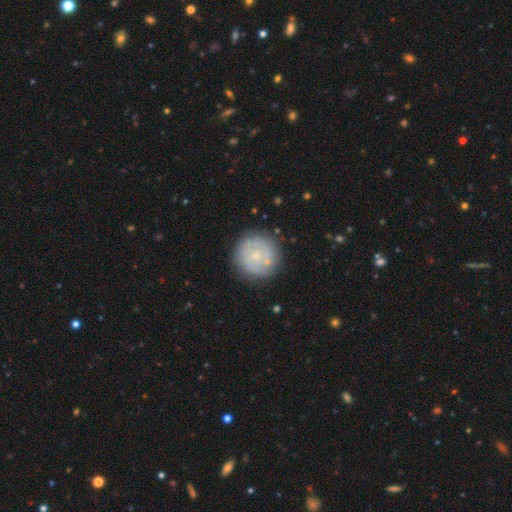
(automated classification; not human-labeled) Smooth or featured? Predicted: featured or disk (p=0.53). Edge-on disk? Predicted: no (p=0.98). Bar? Predicted: no (p=0.84). Spiral arms? Predicted: yes (p=0.55). Bulge size? Predicted: small (p=0.73). Merging? Predicted: none (p=0.79).